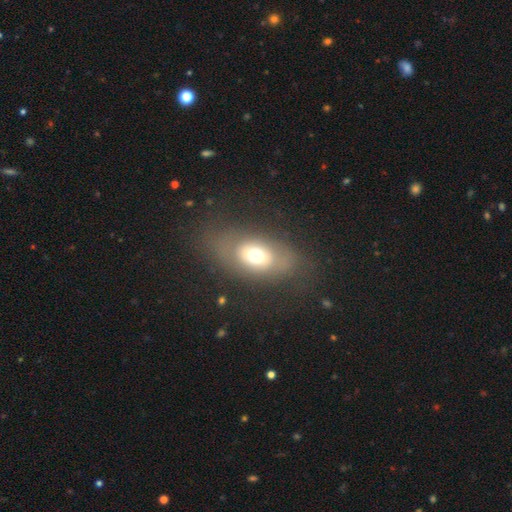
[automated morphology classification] This appears to be a smooth galaxy with no disk features (59%) that is in between round and cigar-shaped (76%). Merging: none (66%).